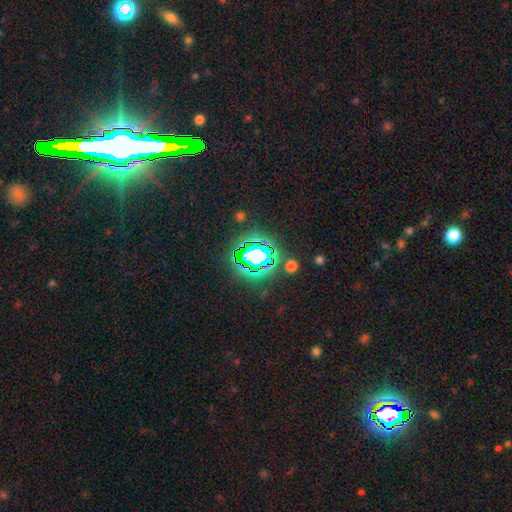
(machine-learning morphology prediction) The model was most divided on "smooth or featured": star or artifact: 68%, smooth: 21%, featured or disk: 12%.